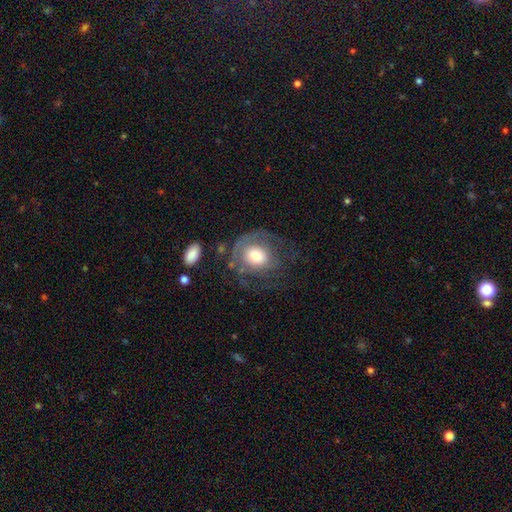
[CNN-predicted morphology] The model was most divided on "bulge size": moderate: 50%, large: 35%, small: 10%, dominant: 4%, none: 1%. Remaining: edge-on disk — no (97%); bar — no (76%); spiral arms — yes (70%); smooth or featured — featured or disk (56%); merging — none (49%).